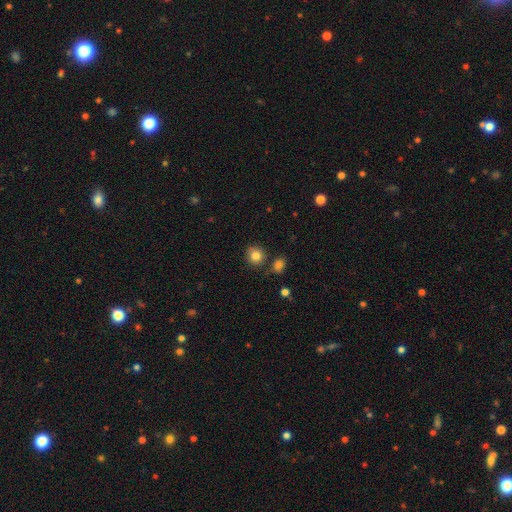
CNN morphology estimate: Overall: smooth (84%). How rounded: round (89%). Merging: none (78%).